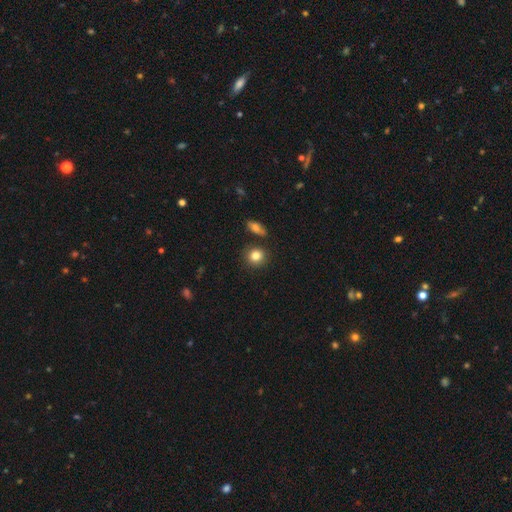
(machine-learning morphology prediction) Smooth or featured?
  - smooth: 83% *
  - star or artifact: 9%
  - featured or disk: 7%
How rounded?
  - round: 81% *
  - in between: 17%
  - cigar-shaped: 1%
Merging?
  - none: 82% *
  - minor disturbance: 9%
  - merger: 6%
  - major disturbance: 2%